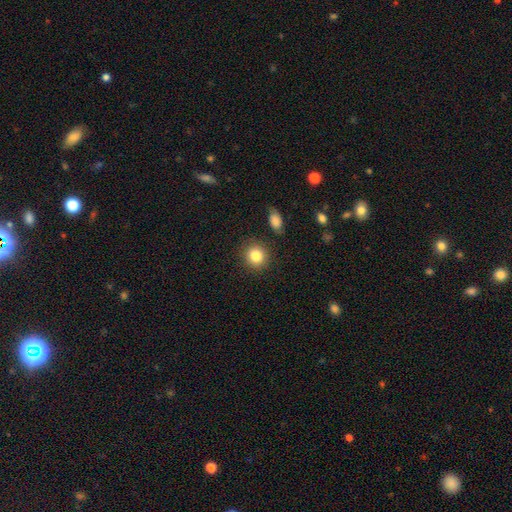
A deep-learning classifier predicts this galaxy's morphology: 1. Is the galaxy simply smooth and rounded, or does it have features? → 85% smooth, 9% star or artifact, 6% featured or disk.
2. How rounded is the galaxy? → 87% round, 12% in between, 1% cigar-shaped.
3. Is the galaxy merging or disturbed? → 87% none, 7% minor disturbance, 3% merger, 3% major disturbance.